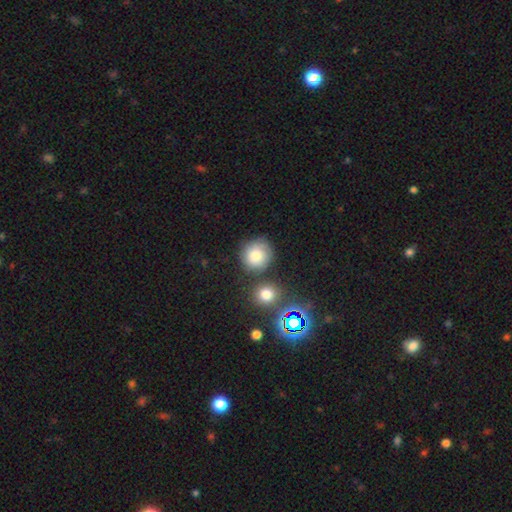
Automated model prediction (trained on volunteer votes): Morphology: type=smooth (73%); roundness=round (89%); merging=none (69%).